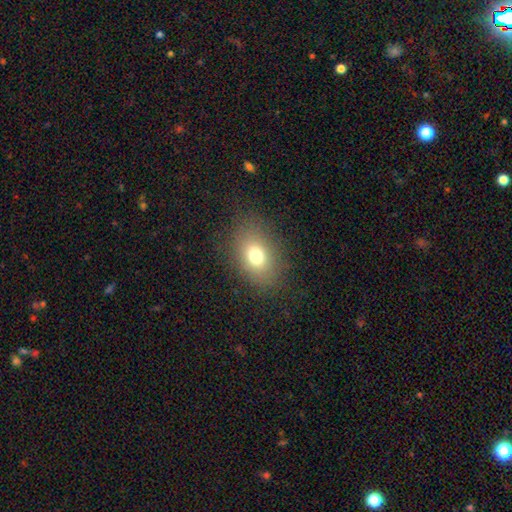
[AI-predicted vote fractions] A smooth galaxy with no disk features (74%) that is in between round and cigar-shaped (72%). Merging: none (82%).